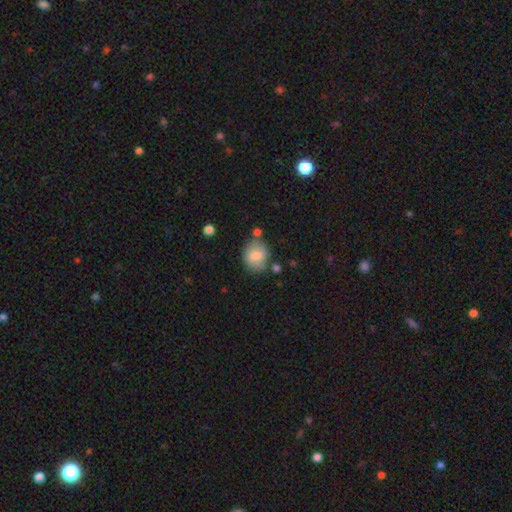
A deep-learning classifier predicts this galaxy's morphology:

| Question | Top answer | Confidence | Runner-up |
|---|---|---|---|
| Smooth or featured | smooth | 75% | featured or disk (17%) |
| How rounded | round | 59% | in between (40%) |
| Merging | none | 73% | minor disturbance (15%) |